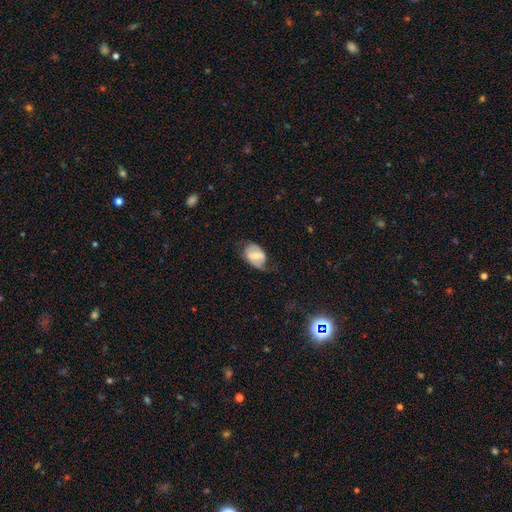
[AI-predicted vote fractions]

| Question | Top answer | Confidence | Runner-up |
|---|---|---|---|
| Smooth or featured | featured or disk | 50% | smooth (43%) |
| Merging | none | 48% | minor disturbance (32%) |